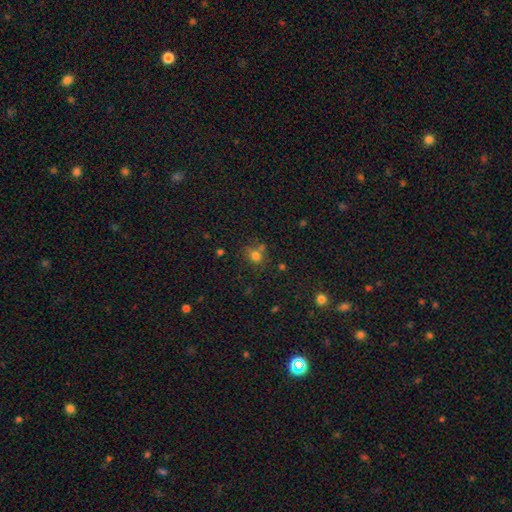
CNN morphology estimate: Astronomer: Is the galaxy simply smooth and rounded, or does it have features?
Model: smooth — 74%.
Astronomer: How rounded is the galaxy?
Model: round — 72%.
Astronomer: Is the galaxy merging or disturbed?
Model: none — 58%.